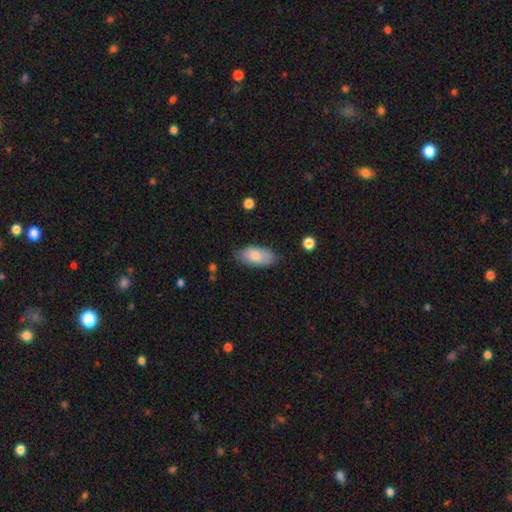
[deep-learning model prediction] The model was most divided on "merging": none: 75%, minor disturbance: 20%, major disturbance: 4%, merger: 1%. More confident: how rounded — in between (92%); smooth or featured — smooth (80%).